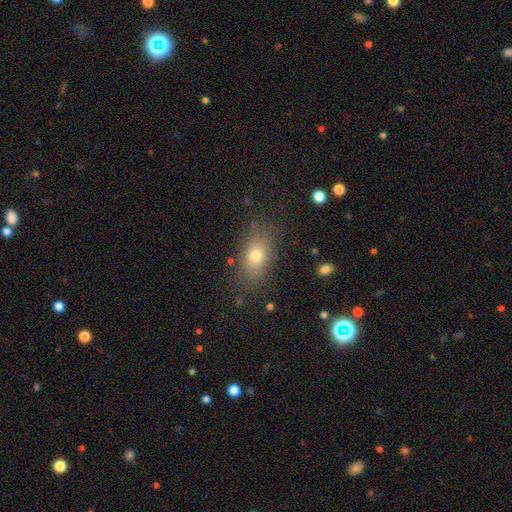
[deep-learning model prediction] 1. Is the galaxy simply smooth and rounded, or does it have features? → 74% smooth, 15% featured or disk, 11% star or artifact.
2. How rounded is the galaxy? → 82% in between, 15% round, 3% cigar-shaped.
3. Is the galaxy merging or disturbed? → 80% none, 13% minor disturbance, 5% major disturbance, 2% merger.